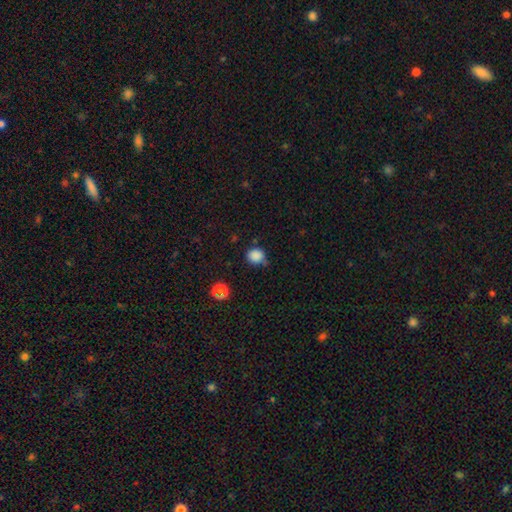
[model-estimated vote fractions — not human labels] A smooth galaxy with no disk features (84%) that is round (82%).

Vote fractions:
- Smooth or featured? smooth: 84% / star or artifact: 12% / featured or disk: 4%
- How rounded? round: 82% / in between: 17% / cigar-shaped: 1%
- Merging? none: 67% / minor disturbance: 23% / major disturbance: 5% / merger: 4%